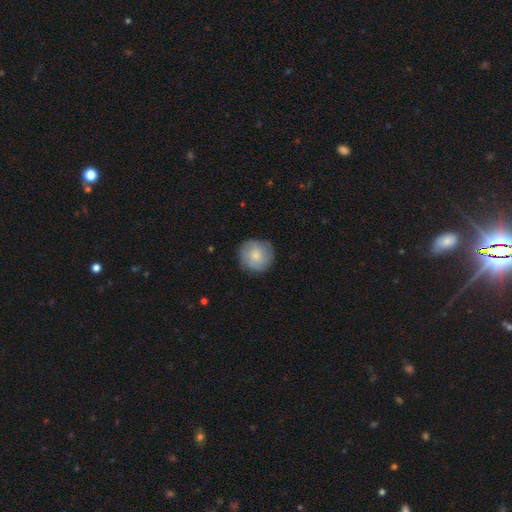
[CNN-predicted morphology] Q: Smooth or featured?
A: smooth (67%); runner-up: featured or disk (27%)
Q: How rounded?
A: round (93%); runner-up: in between (6%)
Q: Merging?
A: none (84%); runner-up: minor disturbance (12%)